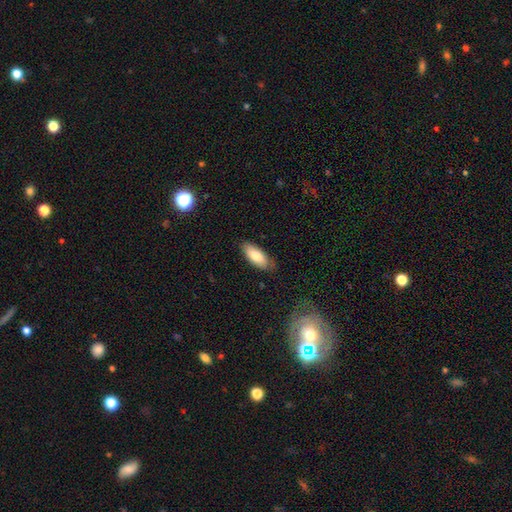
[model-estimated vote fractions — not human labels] smooth-or-featured: smooth: 81% | featured or disk: 13% | star or artifact: 6%
  how-rounded: in between: 82% | cigar-shaped: 16% | round: 2%
  merging: none: 81% | minor disturbance: 16% | major disturbance: 3% | merger: 1%